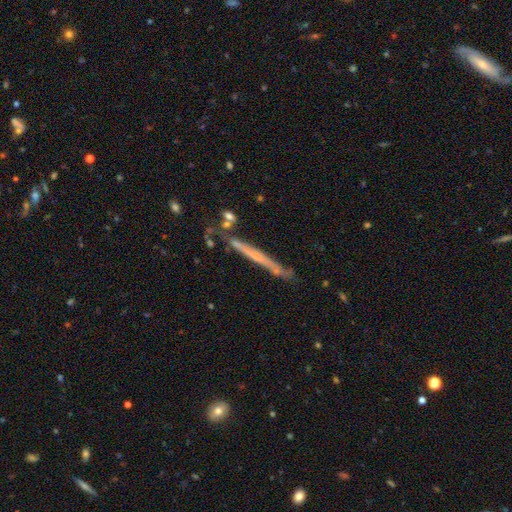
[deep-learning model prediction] This appears to be a featured or disk galaxy (57%) viewed edge-on (93%) with no central bulge (81%). Merging: none (71%).